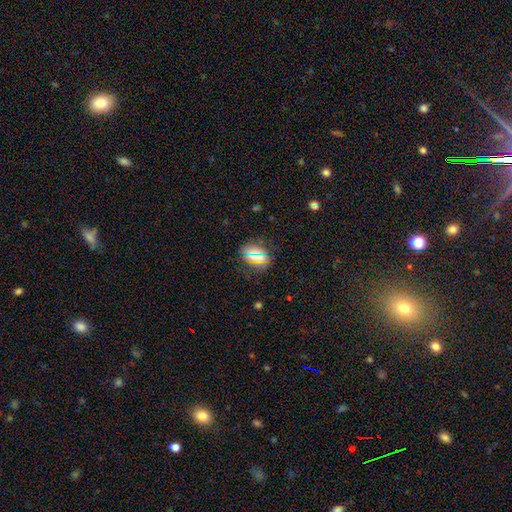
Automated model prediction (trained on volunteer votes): The model was most divided on "how rounded": round: 58%, in between: 37%, cigar-shaped: 4%. More confident: merging — none (80%); smooth or featured — smooth (57%).